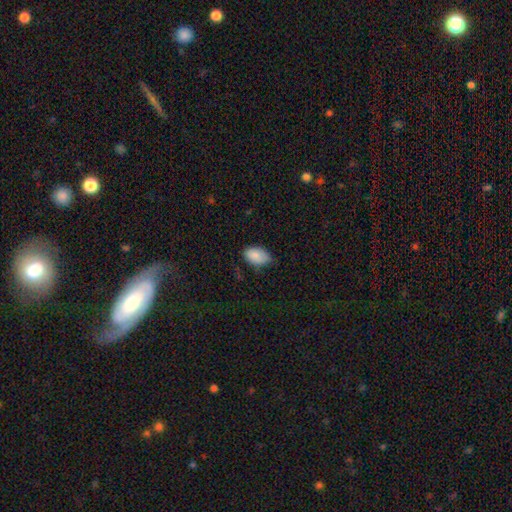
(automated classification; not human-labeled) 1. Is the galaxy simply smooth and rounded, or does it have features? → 87% smooth, 7% star or artifact, 6% featured or disk.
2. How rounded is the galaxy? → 91% in between, 8% round, 1% cigar-shaped.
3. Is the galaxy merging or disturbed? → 62% none, 32% minor disturbance, 5% major disturbance, 1% merger.